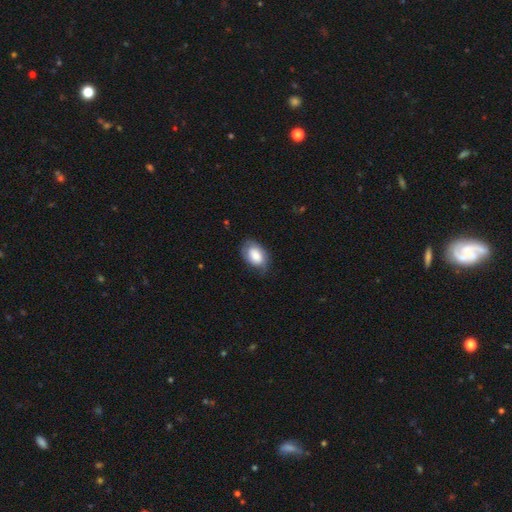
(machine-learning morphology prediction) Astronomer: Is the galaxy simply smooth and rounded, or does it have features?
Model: smooth — 70%.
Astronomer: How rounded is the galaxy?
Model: in between — 86%.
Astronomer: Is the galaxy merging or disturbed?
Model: none — 66%.